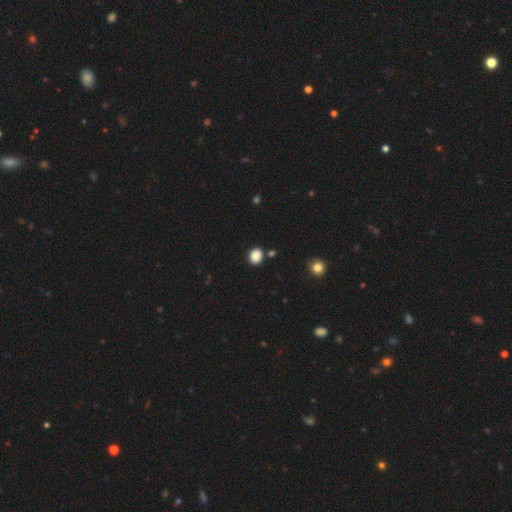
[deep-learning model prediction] Q: Smooth or featured?
A: smooth (87%); runner-up: star or artifact (10%)
Q: How rounded?
A: round (67%); runner-up: in between (32%)
Q: Merging?
A: none (84%); runner-up: minor disturbance (9%)